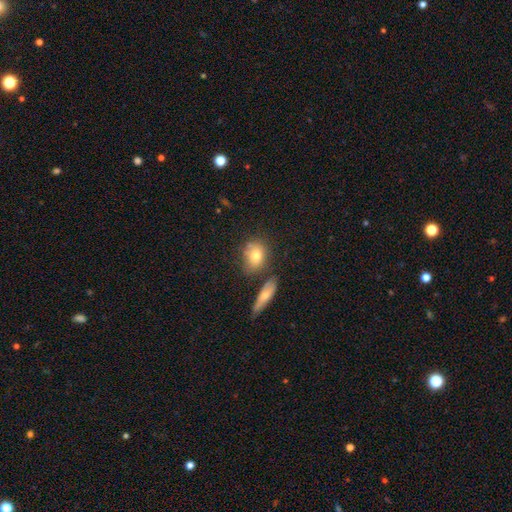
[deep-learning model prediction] This appears to be a smooth galaxy with no disk features (75%) that is in between round and cigar-shaped (58%). Merging: none (61%).